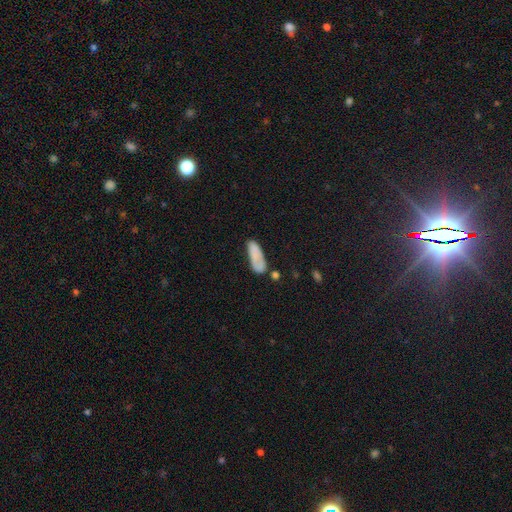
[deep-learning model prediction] smooth_or_featured: smooth (p=0.75) [alt: featured or disk p=0.16]
how_rounded: in between (p=0.62) [alt: cigar-shaped p=0.35]
merging: none (p=0.54) [alt: minor disturbance p=0.26]